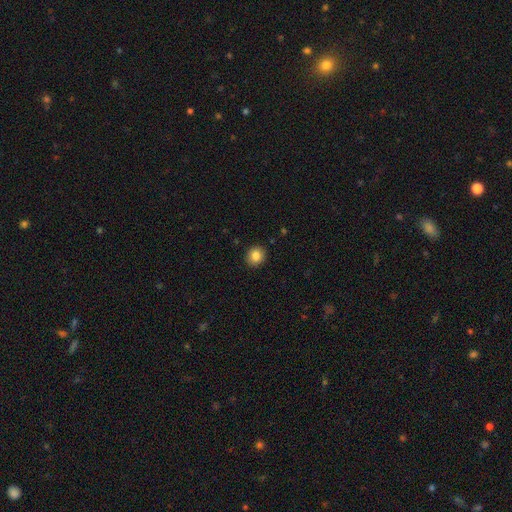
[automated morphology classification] smooth 85%, star or artifact 10%, featured or disk 6%. Down the decision tree: how rounded — round (82%); merging — none (91%).